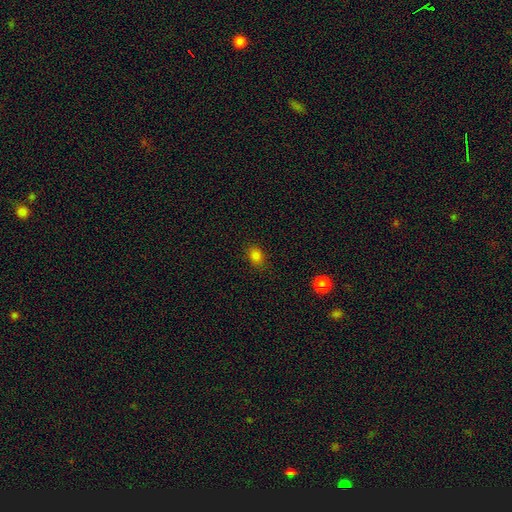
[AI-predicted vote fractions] Smooth or featured: smooth — 82% (star or artifact — 14%)
How rounded: in between — 63% (round — 36%)
Merging: none — 83% (minor disturbance — 12%)